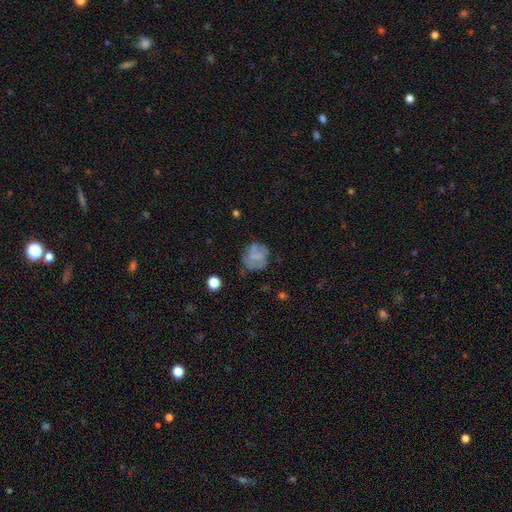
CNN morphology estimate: smooth 50%, featured or disk 37%, star or artifact 12%. Down the decision tree: how rounded — round (74%); merging — none (55%).